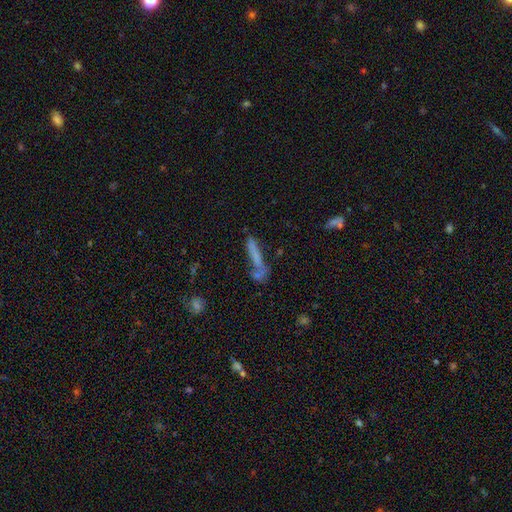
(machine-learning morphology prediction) Smooth or featured? smooth (58%)
How rounded? cigar-shaped (87%)
Merging? none (49%)